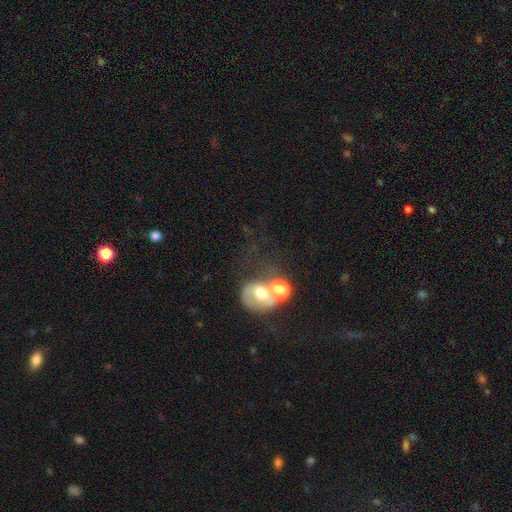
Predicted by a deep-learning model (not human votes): Smooth or featured? featured or disk (46%)
Merging? merger (46%)